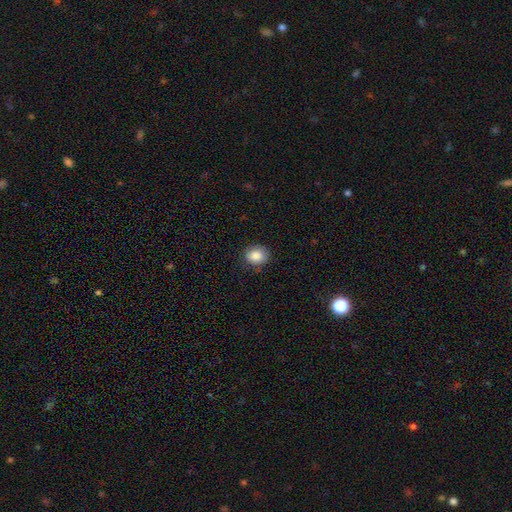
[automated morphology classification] Smooth or featured?
  - smooth: 87% *
  - star or artifact: 8%
  - featured or disk: 5%
How rounded?
  - round: 61% *
  - in between: 38%
  - cigar-shaped: 1%
Merging?
  - none: 84% *
  - minor disturbance: 12%
  - major disturbance: 3%
  - merger: 1%